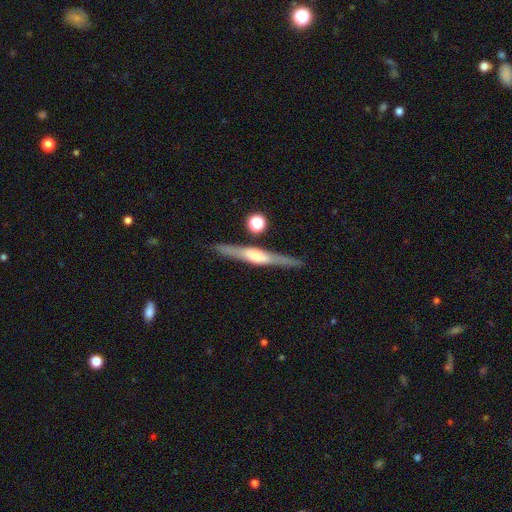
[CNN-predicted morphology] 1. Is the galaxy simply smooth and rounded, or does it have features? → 74% featured or disk, 20% smooth, 6% star or artifact.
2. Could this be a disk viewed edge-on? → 97% yes, 3% no.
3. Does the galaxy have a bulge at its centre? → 73% rounded, 19% boxy, 8% none.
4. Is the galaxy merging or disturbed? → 86% none, 9% minor disturbance, 3% merger, 2% major disturbance.